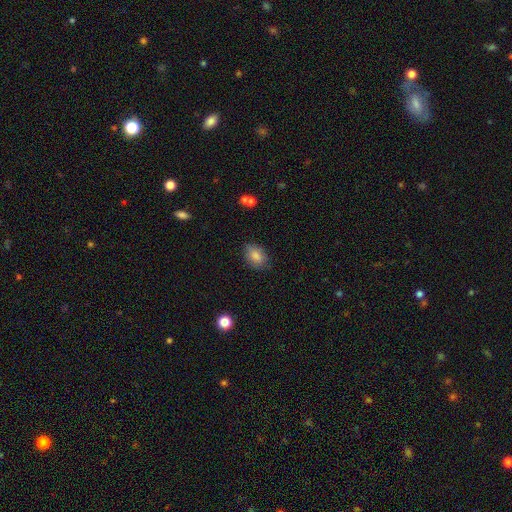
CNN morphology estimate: Smooth or featured: smooth — 85% (star or artifact — 8%)
How rounded: in between — 80% (round — 19%)
Merging: none — 79% (minor disturbance — 15%)